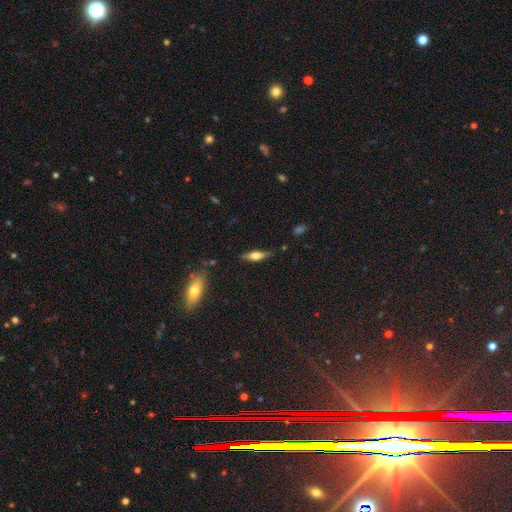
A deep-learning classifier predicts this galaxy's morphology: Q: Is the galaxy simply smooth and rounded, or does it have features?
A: smooth — 53%.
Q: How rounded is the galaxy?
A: cigar-shaped — 56%.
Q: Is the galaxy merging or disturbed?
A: none — 78%.